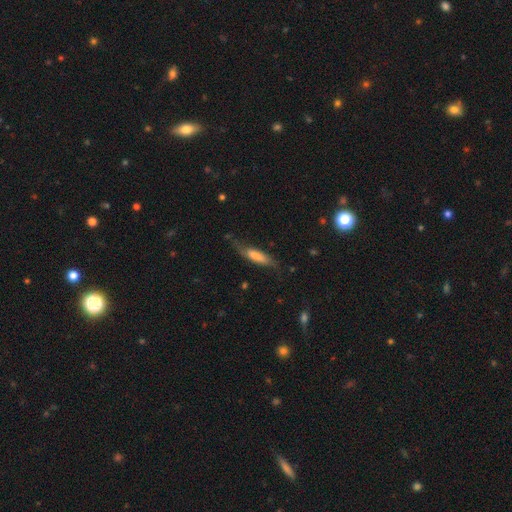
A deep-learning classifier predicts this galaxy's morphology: Smooth or featured? smooth (51%)
How rounded? cigar-shaped (65%)
Merging? none (59%)